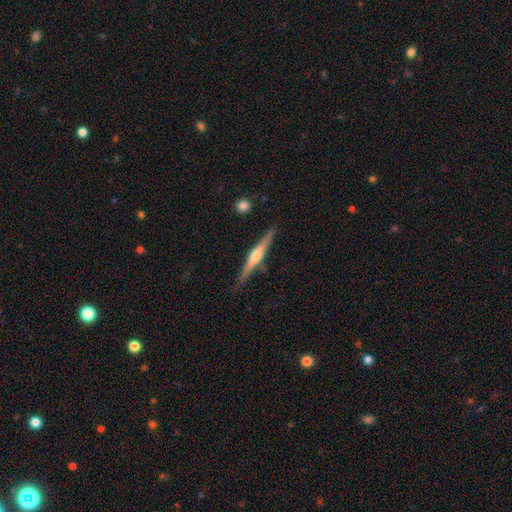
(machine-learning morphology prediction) This appears to be a featured or disk galaxy (72%) viewed edge-on (98%) with a rounded central bulge (85%). Merging: none (86%).